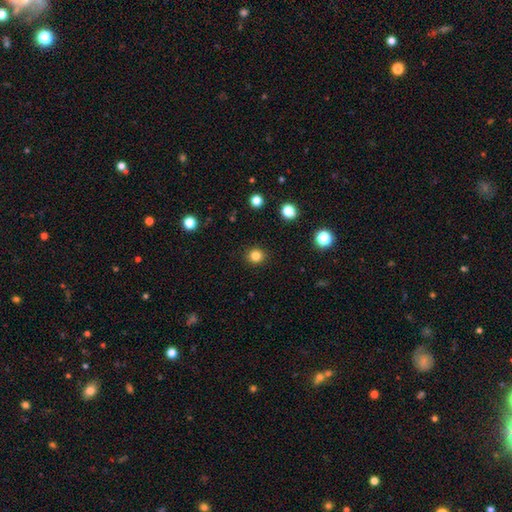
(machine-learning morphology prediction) Q: Smooth or featured?
A: smooth (83%); runner-up: star or artifact (12%)
Q: How rounded?
A: round (89%); runner-up: in between (10%)
Q: Merging?
A: none (91%); runner-up: minor disturbance (6%)